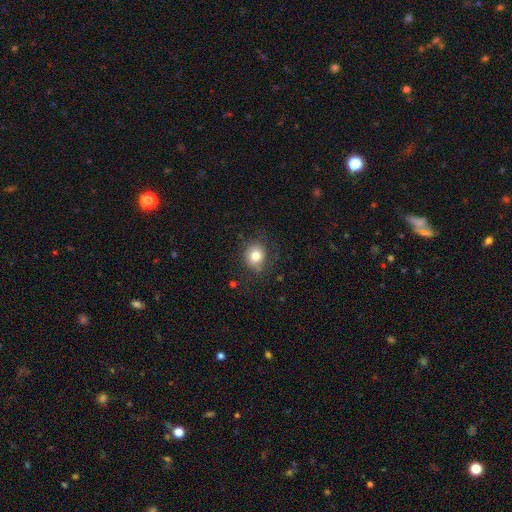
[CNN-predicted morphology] This is likely a smooth galaxy (79%). How rounded: clearly round (82%). Merging: likely none (75%).